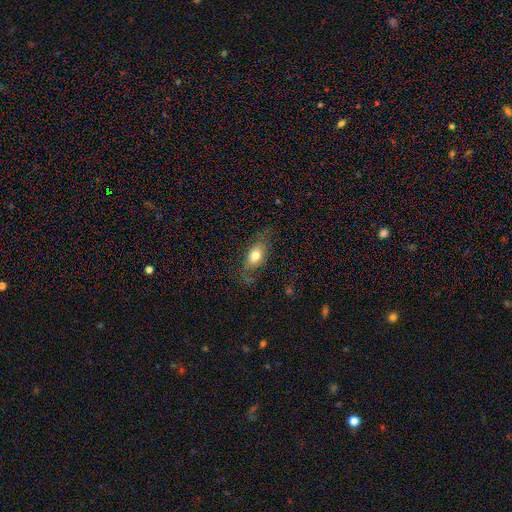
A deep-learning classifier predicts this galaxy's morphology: This appears to be a smooth galaxy with no disk features (64%) that is in between round and cigar-shaped (81%). Merging: none (60%).